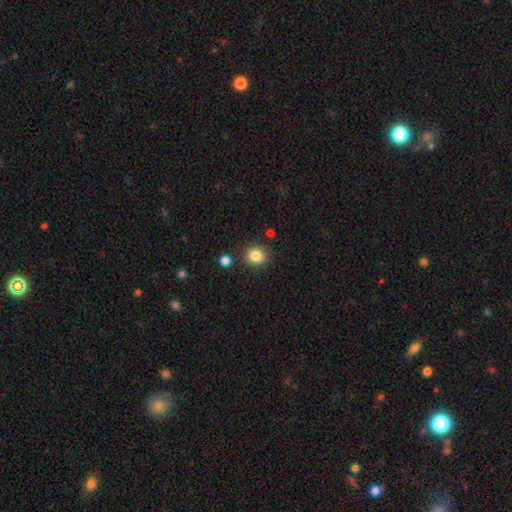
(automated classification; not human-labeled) Smooth or featured: smooth — 84% (star or artifact — 10%)
How rounded: round — 87% (in between — 12%)
Merging: none — 88% (minor disturbance — 7%)